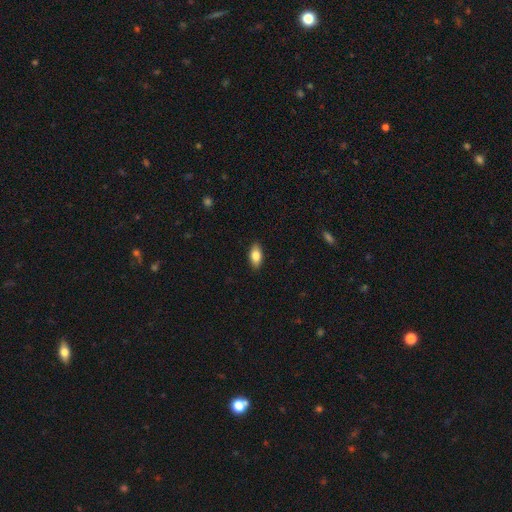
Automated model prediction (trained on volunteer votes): Morphology: type=smooth (81%); roundness=in between (89%); merging=none (89%).